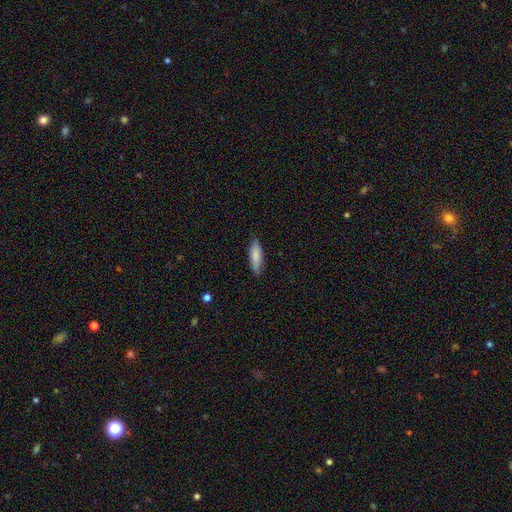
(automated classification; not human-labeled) This is clearly a smooth galaxy (85%). How rounded: possibly cigar-shaped (54%). Merging: clearly none (87%).